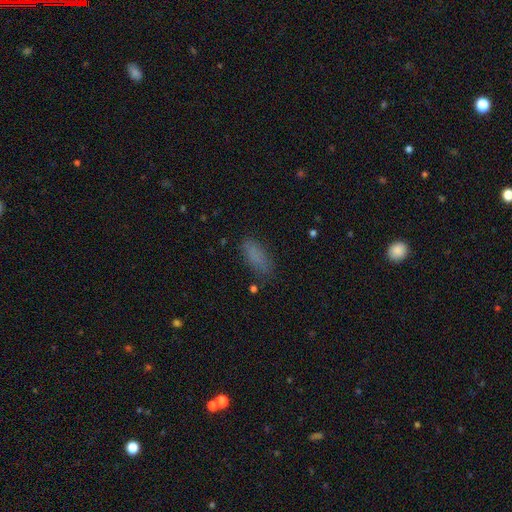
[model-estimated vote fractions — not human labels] Q: Smooth or featured?
A: smooth (82%); runner-up: star or artifact (11%)
Q: How rounded?
A: in between (75%); runner-up: cigar-shaped (23%)
Q: Merging?
A: none (78%); runner-up: minor disturbance (15%)